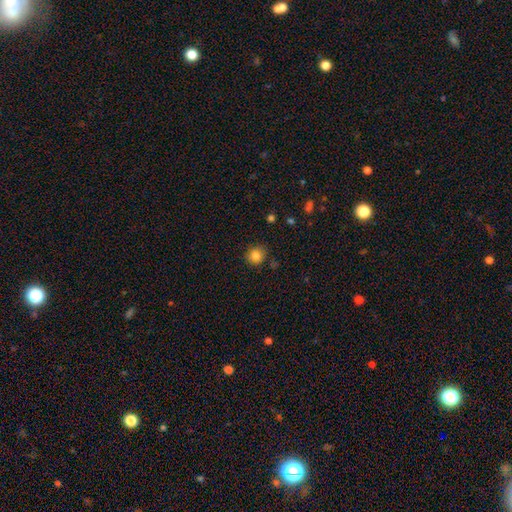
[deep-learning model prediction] Smooth or featured?
  - smooth: 84% *
  - star or artifact: 11%
  - featured or disk: 5%
How rounded?
  - round: 85% *
  - in between: 14%
  - cigar-shaped: 1%
Merging?
  - none: 82% *
  - minor disturbance: 12%
  - major disturbance: 3%
  - merger: 2%